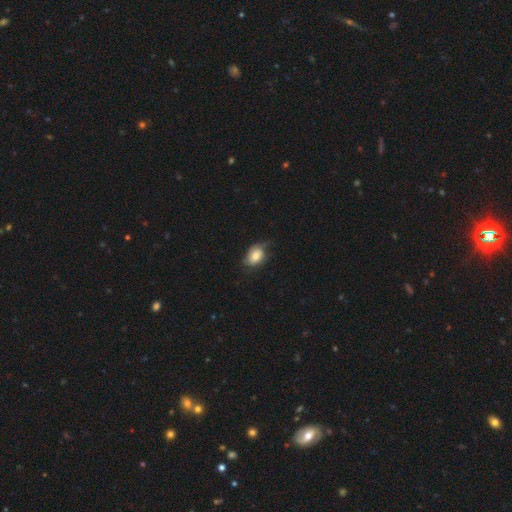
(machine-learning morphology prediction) The model was most divided on "merging": none: 54%, minor disturbance: 33%, major disturbance: 12%, merger: 2%. More confident: how rounded — in between (79%); smooth or featured — smooth (72%).